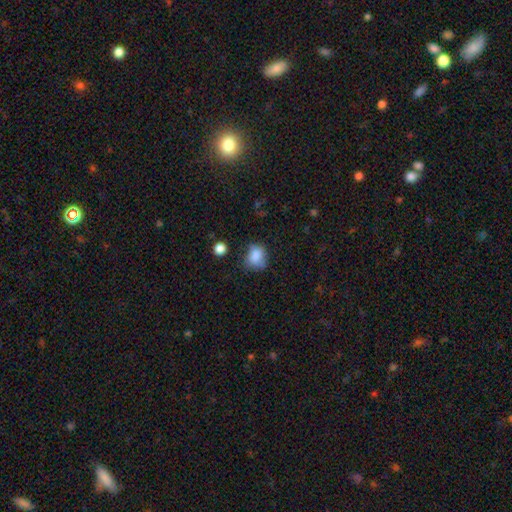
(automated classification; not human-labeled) A smooth galaxy with no disk features (82%) that is round (57%). Merging: none (56%).